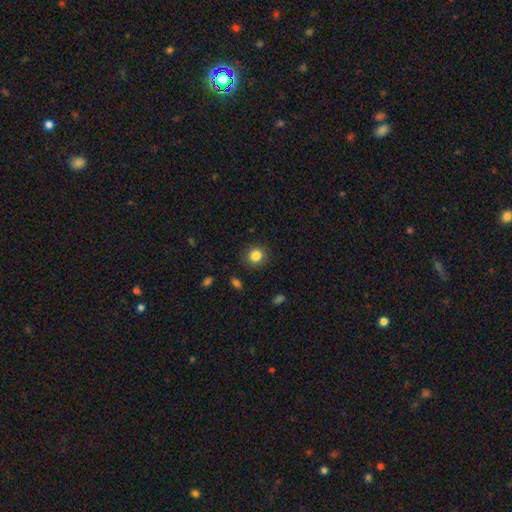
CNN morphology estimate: smooth 84%, star or artifact 10%, featured or disk 5%. Down the decision tree: how rounded — round (88%); merging — none (90%).